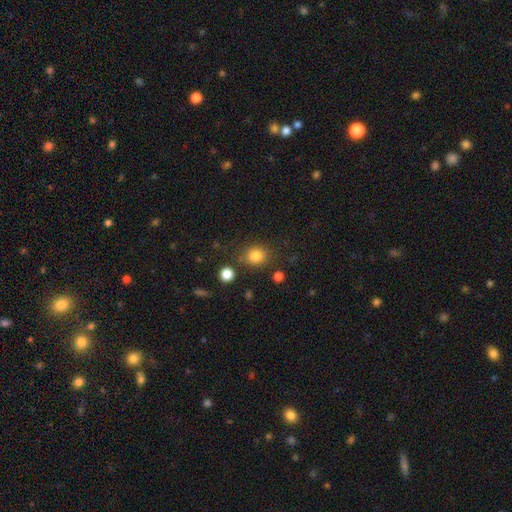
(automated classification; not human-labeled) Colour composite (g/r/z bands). It shows a smooth galaxy with no disk features (83%) that is round (73%). Merging: none (78%).